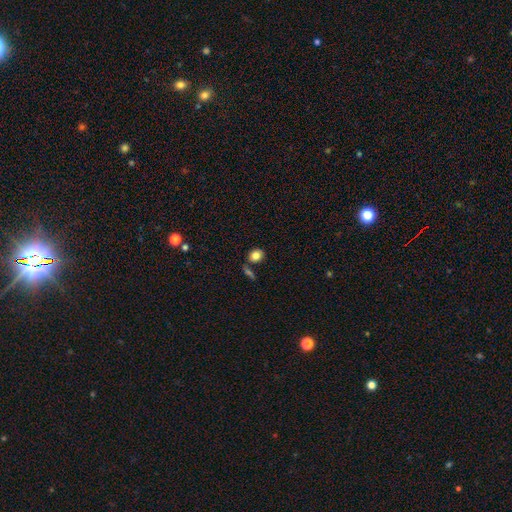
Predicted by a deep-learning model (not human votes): This is clearly a smooth galaxy (83%). How rounded: possibly round (54%). Merging: likely none (71%).